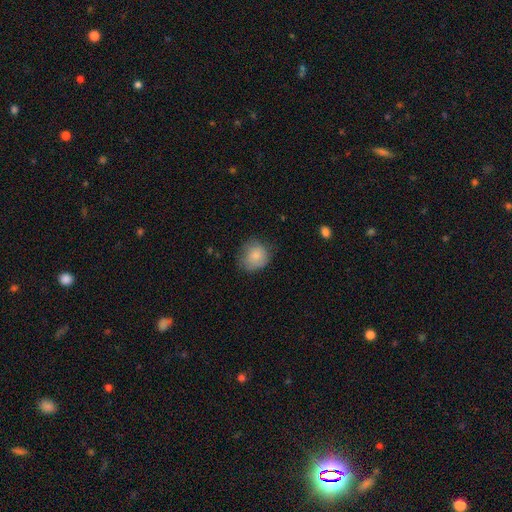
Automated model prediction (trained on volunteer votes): A smooth galaxy with no disk features (83%) that is round (77%). Merging: none (67%).